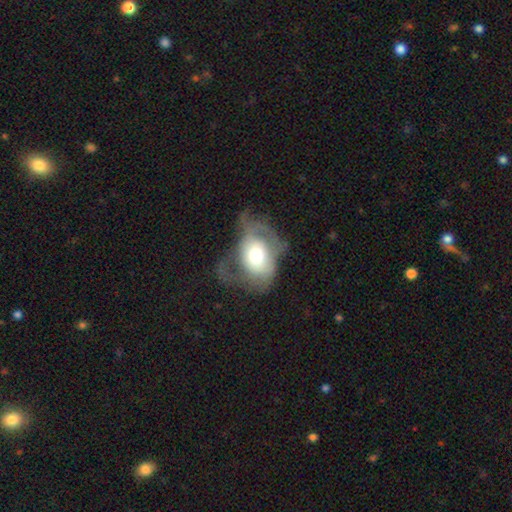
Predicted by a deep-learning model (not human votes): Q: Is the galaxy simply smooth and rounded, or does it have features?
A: featured or disk — 51%.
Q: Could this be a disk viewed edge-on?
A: no — 93%.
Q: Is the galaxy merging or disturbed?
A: major disturbance — 44%.